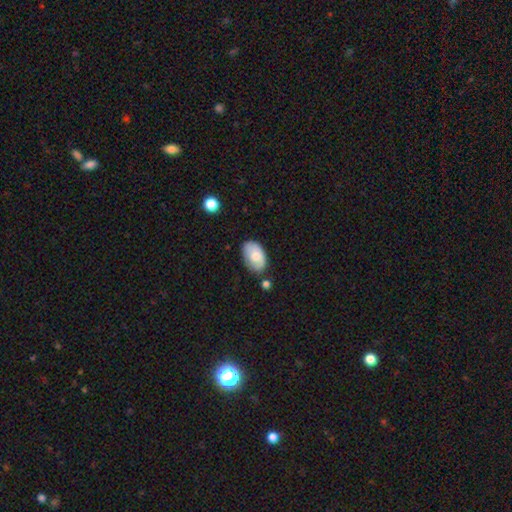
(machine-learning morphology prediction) A smooth galaxy with no disk features (72%) that is in between round and cigar-shaped (92%).

Vote fractions:
- Smooth or featured? smooth: 72% / featured or disk: 22% / star or artifact: 6%
- How rounded? in between: 92% / round: 6% / cigar-shaped: 1%
- Merging? none: 69% / minor disturbance: 21% / merger: 5% / major disturbance: 4%